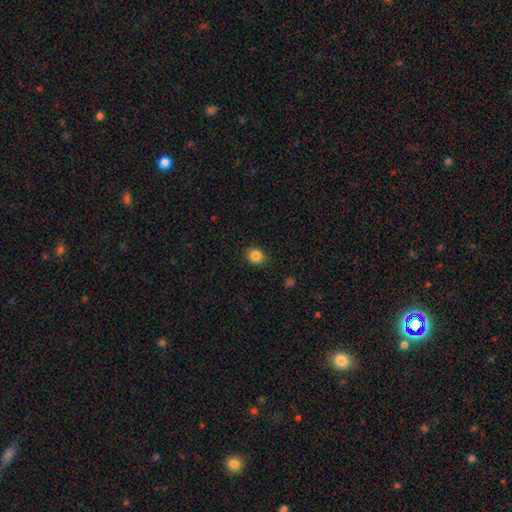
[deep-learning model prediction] Q: Smooth or featured?
A: smooth (85%); runner-up: star or artifact (11%)
Q: How rounded?
A: round (70%); runner-up: in between (29%)
Q: Merging?
A: none (88%); runner-up: minor disturbance (8%)